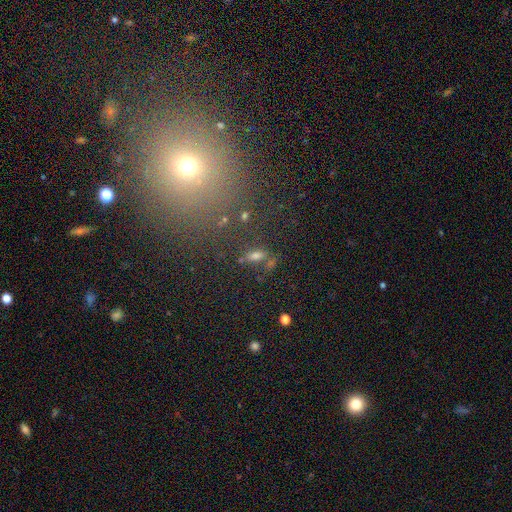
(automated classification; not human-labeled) This appears to be a smooth galaxy with no disk features (57%) that is in between round and cigar-shaped (74%). Merging: none (61%).